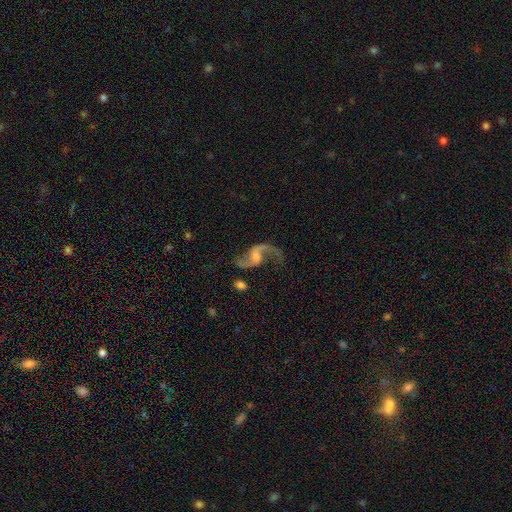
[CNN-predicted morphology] Smooth or featured? Predicted: featured or disk (p=0.90). Edge-on disk? Predicted: no (p=0.97). Bar? Predicted: no (p=0.48). Spiral arms? Predicted: yes (p=0.97). Spiral winding? Predicted: loose (p=0.83). Spiral arm count? Predicted: 2 (p=0.91). Bulge size? Predicted: small (p=0.46). Merging? Predicted: none (p=0.67).